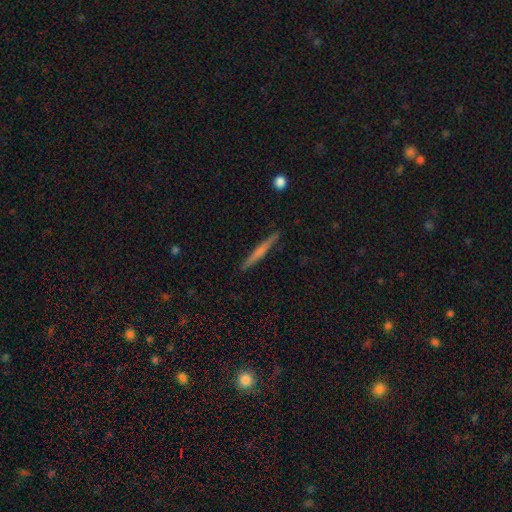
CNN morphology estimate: smooth_or_featured: smooth (p=0.47) [alt: featured or disk p=0.46]
merging: none (p=0.91) [alt: minor disturbance p=0.06]